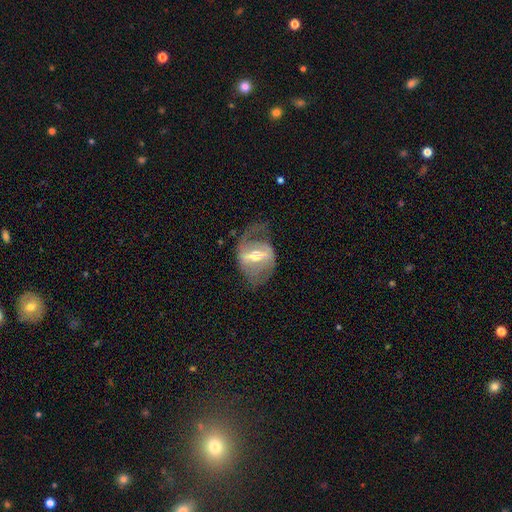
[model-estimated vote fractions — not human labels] Q: Smooth or featured?
A: featured or disk (82%); runner-up: smooth (12%)
Q: Edge-on disk?
A: no (93%); runner-up: yes (7%)
Q: Bar?
A: strong (65%); runner-up: weak (27%)
Q: Spiral arms?
A: yes (78%); runner-up: no (22%)
Q: Spiral winding?
A: medium (42%); runner-up: loose (37%)
Q: Spiral arm count?
A: 2 (74%); runner-up: 1 (13%)
Q: Bulge size?
A: moderate (69%); runner-up: small (21%)
Q: Merging?
A: none (54%); runner-up: major disturbance (25%)